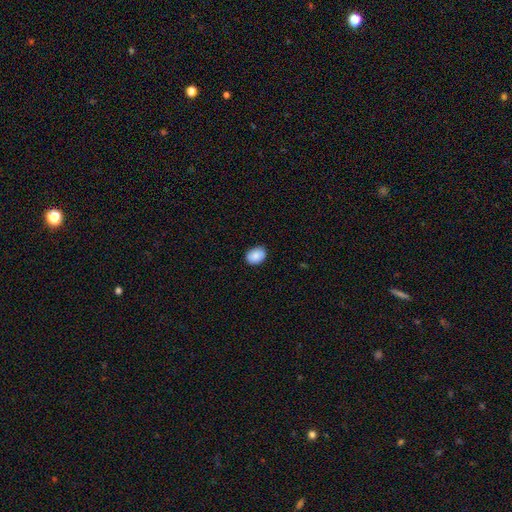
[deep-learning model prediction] smooth 87%, star or artifact 7%, featured or disk 6%. Down the decision tree: how rounded — in between (65%); merging — none (87%).